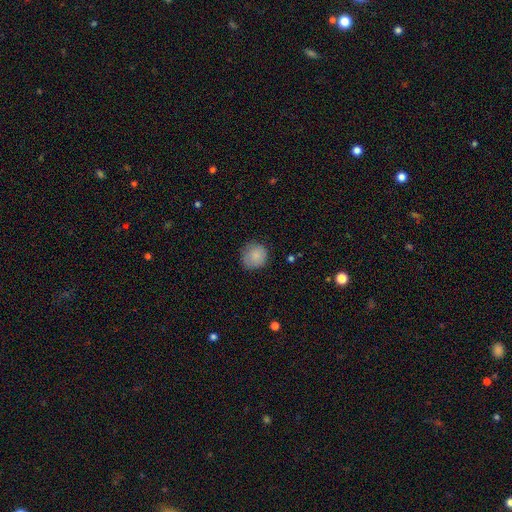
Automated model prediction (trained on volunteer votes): This is clearly a smooth galaxy (86%). How rounded: clearly round (89%). Merging: likely none (79%).